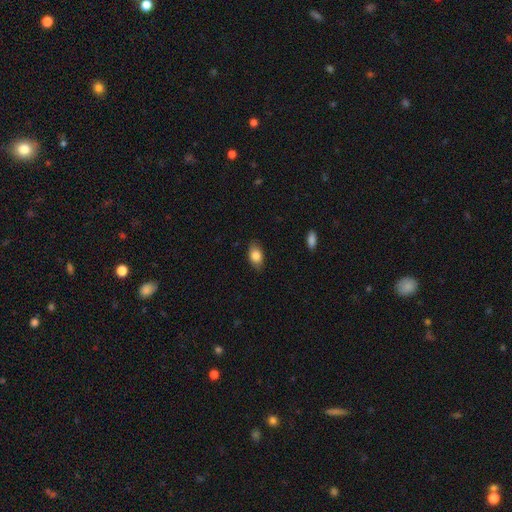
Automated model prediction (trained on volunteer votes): smooth_or_featured: smooth (p=0.84) [alt: featured or disk p=0.09]
how_rounded: in between (p=0.88) [alt: round p=0.09]
merging: none (p=0.83) [alt: minor disturbance p=0.14]